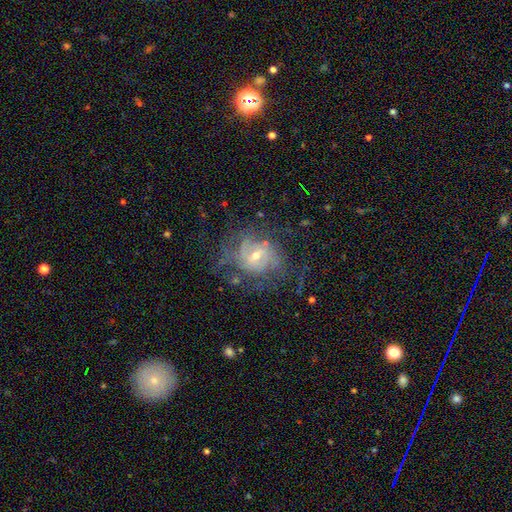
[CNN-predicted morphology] A featured or disk galaxy (80%) with a weak bar (49%), tight (50%) spiral arms (88%) and a small central bulge (52%). Merging: none (60%).